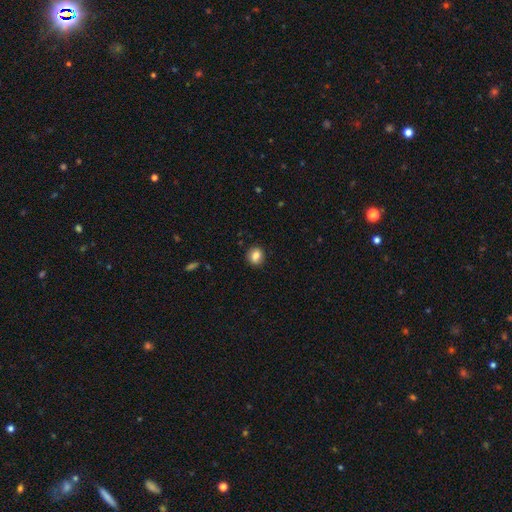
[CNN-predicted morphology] type=smooth (84%); roundness=round (79%); merging=none (90%).